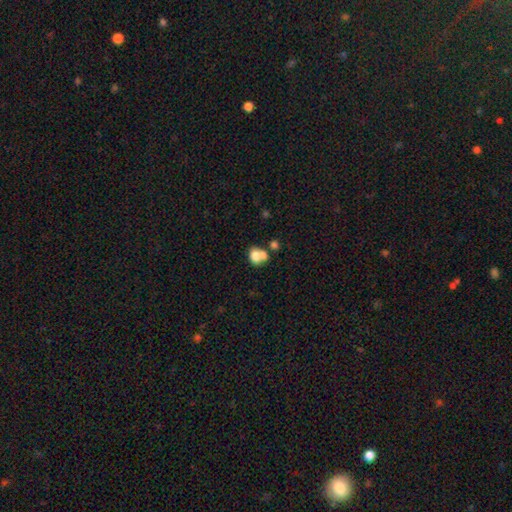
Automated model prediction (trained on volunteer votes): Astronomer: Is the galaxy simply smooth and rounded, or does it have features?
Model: smooth — 73%.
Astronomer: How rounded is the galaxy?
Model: round — 52% (runner-up: in between, 47%).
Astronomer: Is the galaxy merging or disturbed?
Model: merger — 55%.